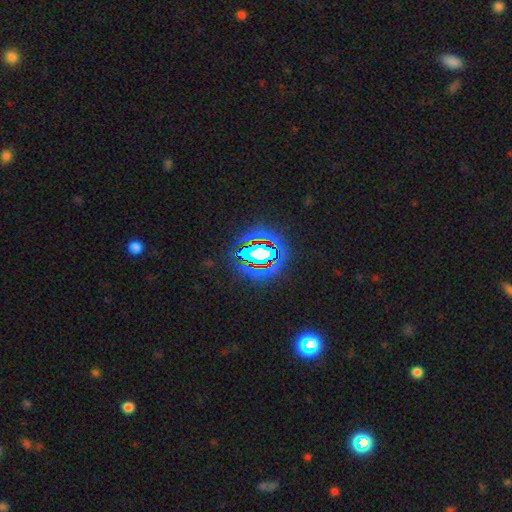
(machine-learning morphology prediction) A star or artifact, not a galaxy (75%).

Vote fractions:
- Smooth or featured? star or artifact: 75% / smooth: 14% / featured or disk: 12%